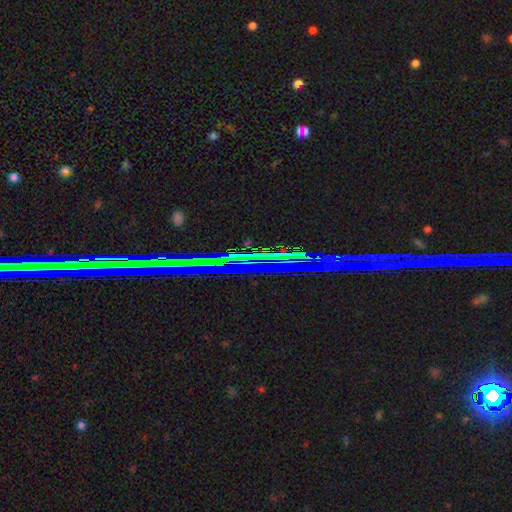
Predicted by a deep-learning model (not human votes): smooth_or_featured: star or artifact (p=0.73) [alt: featured or disk p=0.14]